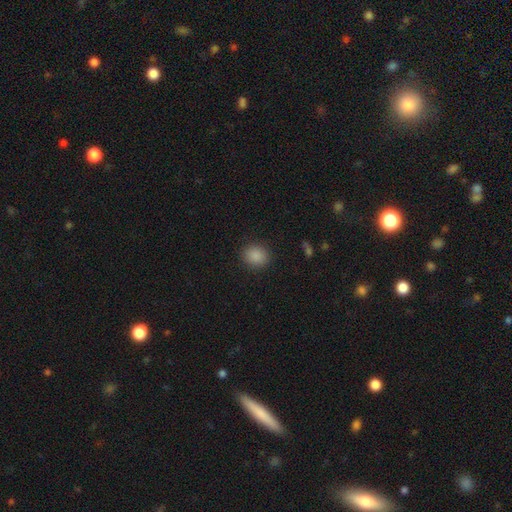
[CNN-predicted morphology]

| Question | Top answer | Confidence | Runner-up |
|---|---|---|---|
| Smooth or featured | smooth | 87% | star or artifact (10%) |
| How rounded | round | 72% | in between (27%) |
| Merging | none | 89% | minor disturbance (7%) |